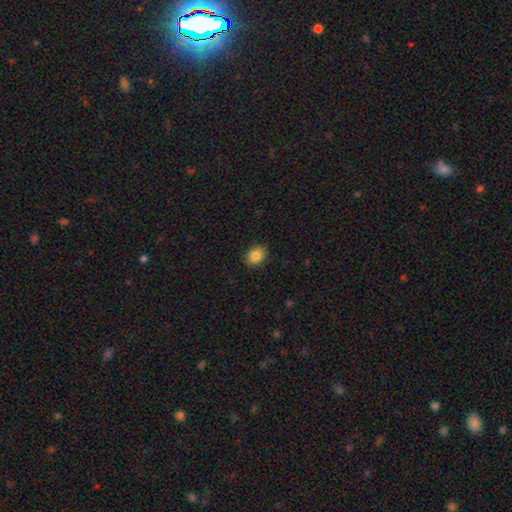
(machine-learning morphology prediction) Q: Smooth or featured?
A: smooth (85%); runner-up: star or artifact (9%)
Q: How rounded?
A: in between (56%); runner-up: round (43%)
Q: Merging?
A: none (89%); runner-up: minor disturbance (8%)